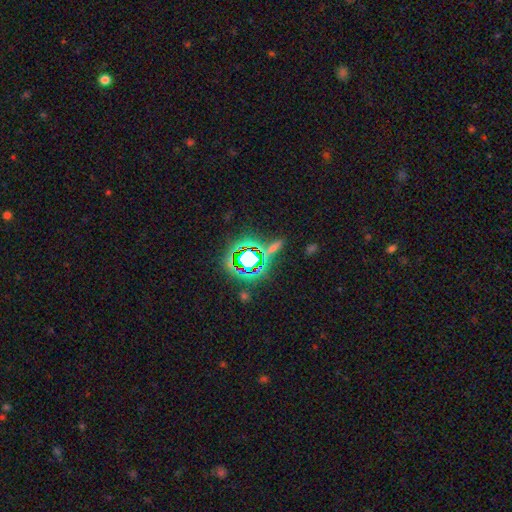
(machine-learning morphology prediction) Smooth or featured? Predicted: star or artifact (p=0.69).